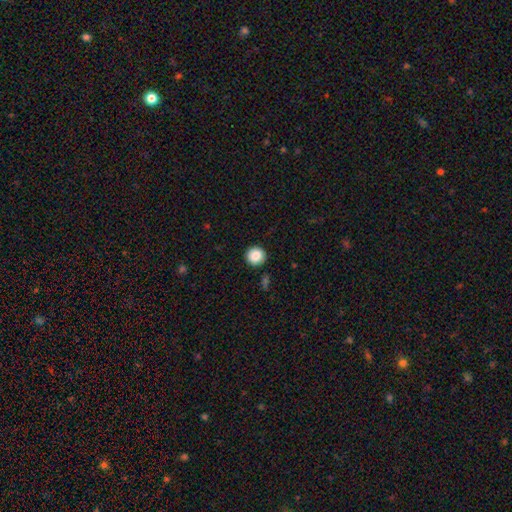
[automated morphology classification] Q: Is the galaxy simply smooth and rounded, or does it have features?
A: smooth — 87%.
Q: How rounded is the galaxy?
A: round — 95%.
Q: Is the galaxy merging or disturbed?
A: none — 91%.